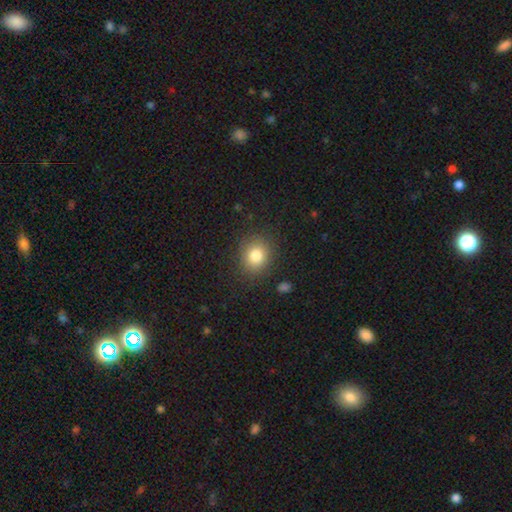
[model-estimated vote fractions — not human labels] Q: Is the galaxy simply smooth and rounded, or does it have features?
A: smooth — 82%.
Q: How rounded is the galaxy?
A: round — 70%.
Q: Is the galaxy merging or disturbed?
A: none — 86%.